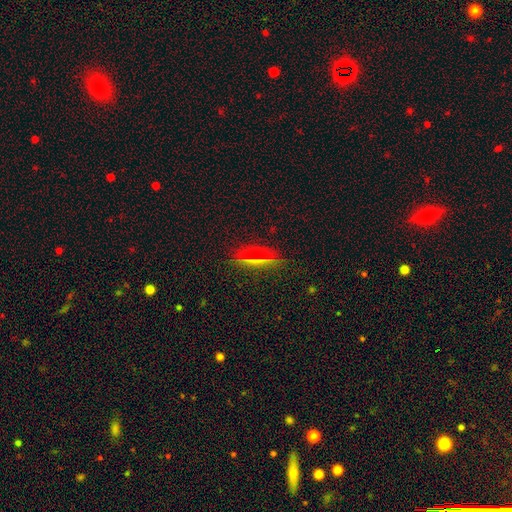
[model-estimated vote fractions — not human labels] Q: Smooth or featured?
A: smooth (64%); runner-up: star or artifact (22%)
Q: How rounded?
A: in between (72%); runner-up: cigar-shaped (19%)
Q: Merging?
A: none (84%); runner-up: minor disturbance (11%)